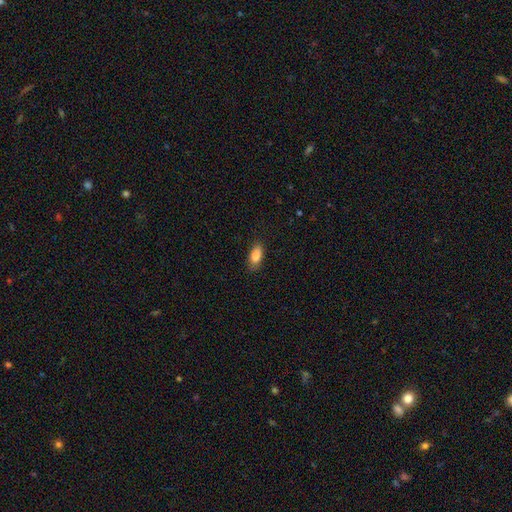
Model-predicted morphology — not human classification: Smooth or featured? Predicted: smooth (p=0.86). How rounded? Predicted: in between (p=0.86). Merging? Predicted: none (p=0.81).